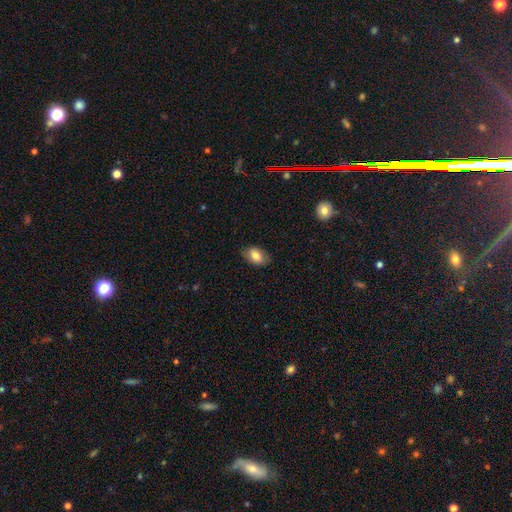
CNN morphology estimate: Smooth or featured?
  - smooth: 78% *
  - featured or disk: 15%
  - star or artifact: 7%
How rounded?
  - in between: 89% *
  - round: 10%
  - cigar-shaped: 2%
Merging?
  - none: 81% *
  - minor disturbance: 15%
  - major disturbance: 3%
  - merger: 1%